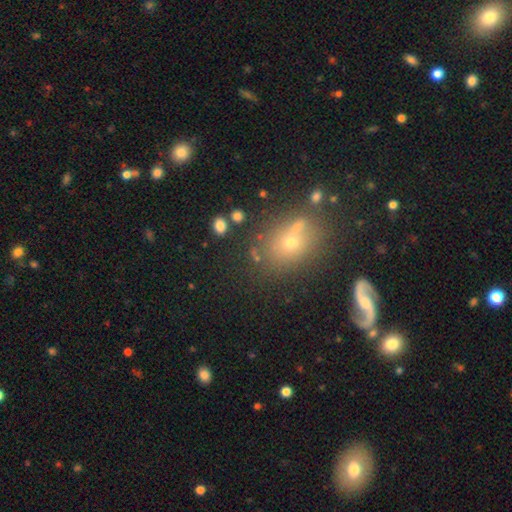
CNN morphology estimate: This is possibly a smooth galaxy (50%). Merging: likely none (63%).